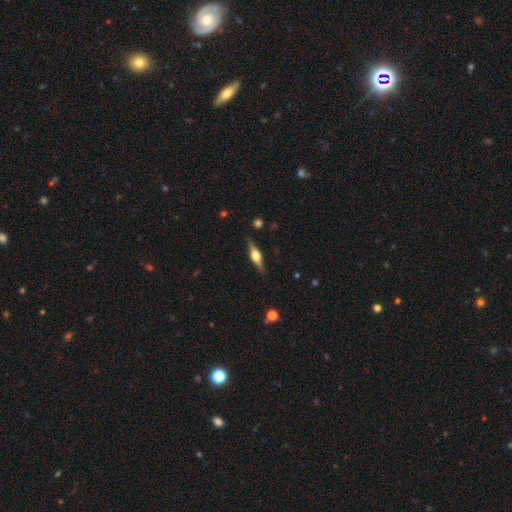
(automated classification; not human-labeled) Overall: featured or disk (70%). Edge-on disk: yes (97%). Edge-on bulge: rounded (92%). Merging: none (88%).